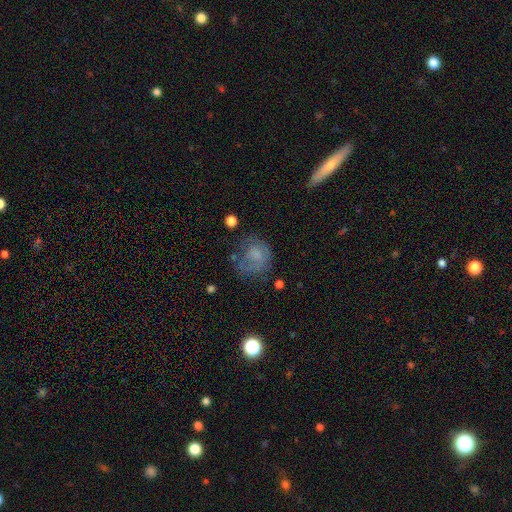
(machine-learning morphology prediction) This appears to be a smooth galaxy with no disk features (50%). Merging: none (47%).